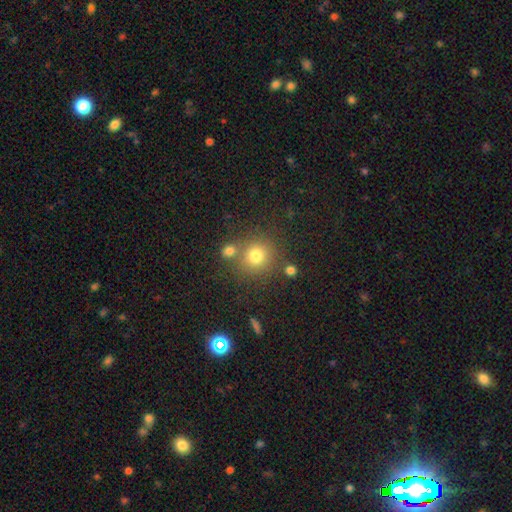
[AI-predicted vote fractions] A smooth galaxy with no disk features (76%) that is round (89%). Merging: none (69%).